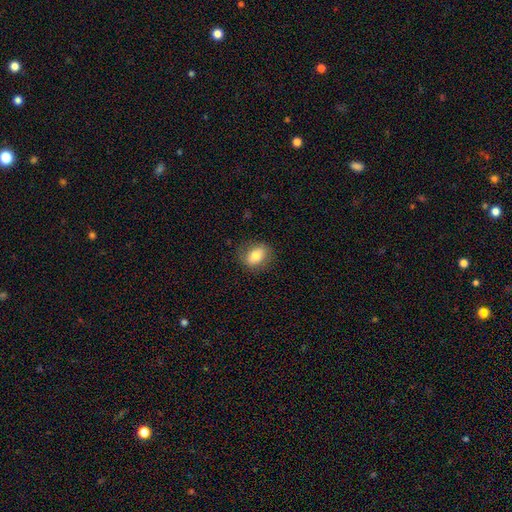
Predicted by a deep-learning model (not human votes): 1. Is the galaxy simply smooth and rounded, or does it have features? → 78% smooth, 14% featured or disk, 8% star or artifact.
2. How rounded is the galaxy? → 70% in between, 28% round, 2% cigar-shaped.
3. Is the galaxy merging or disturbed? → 80% none, 14% minor disturbance, 4% major disturbance, 1% merger.